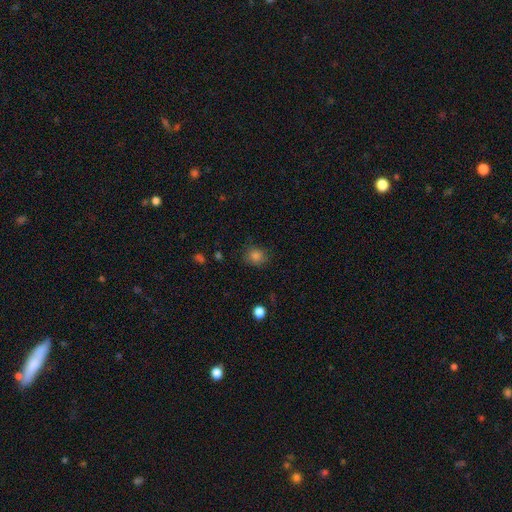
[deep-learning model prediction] smooth 82%, star or artifact 13%, featured or disk 5%. Down the decision tree: how rounded — round (75%); merging — none (84%).